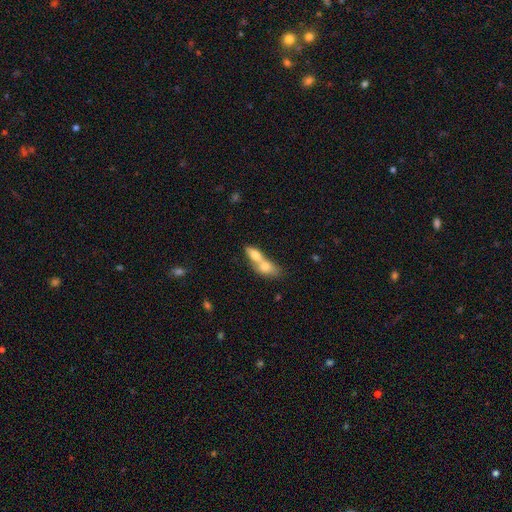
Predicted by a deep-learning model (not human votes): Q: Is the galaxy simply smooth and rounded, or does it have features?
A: smooth — 69%.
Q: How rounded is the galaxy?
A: in between — 69%.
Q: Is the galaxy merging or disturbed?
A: merger — 80%.